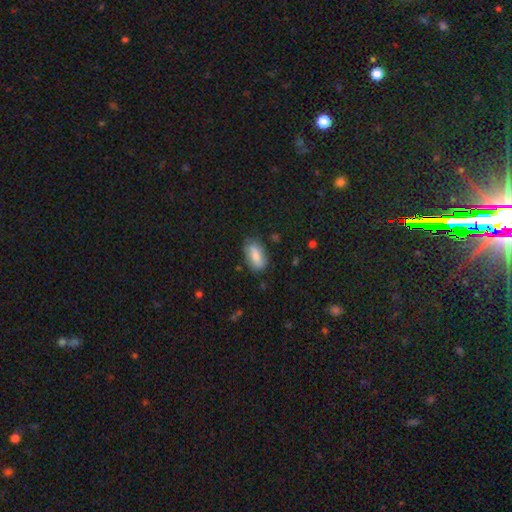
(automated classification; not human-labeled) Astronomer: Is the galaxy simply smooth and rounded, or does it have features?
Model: smooth — 73%.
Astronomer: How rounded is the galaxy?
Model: in between — 88%.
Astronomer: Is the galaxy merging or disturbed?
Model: none — 75%.